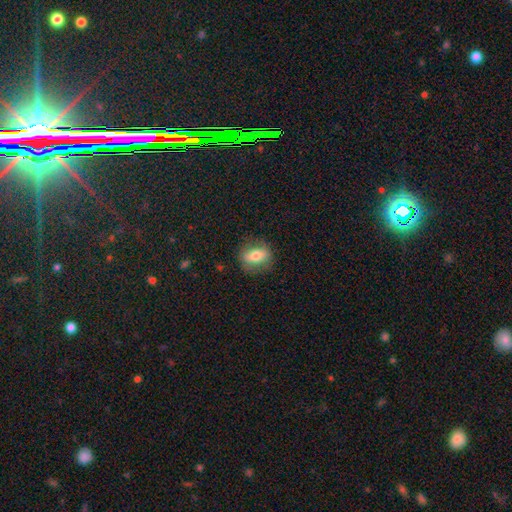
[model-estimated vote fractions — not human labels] smooth_or_featured: smooth (p=0.62) [alt: featured or disk p=0.29]
how_rounded: in between (p=0.61) [alt: round p=0.36]
merging: none (p=0.80) [alt: minor disturbance p=0.14]